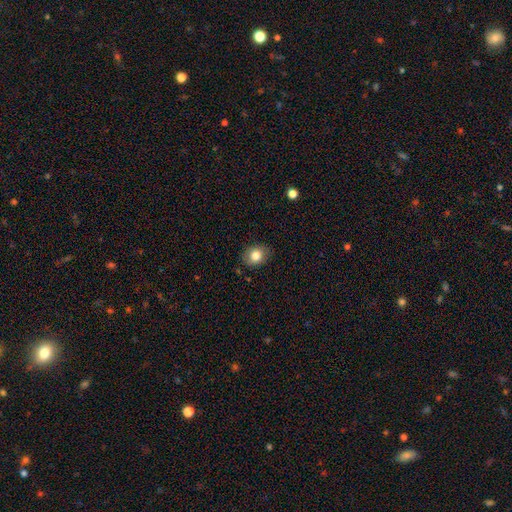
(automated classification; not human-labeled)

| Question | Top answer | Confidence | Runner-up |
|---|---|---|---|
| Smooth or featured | smooth | 82% | star or artifact (9%) |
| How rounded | round | 51% | in between (48%) |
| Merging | none | 85% | minor disturbance (11%) |